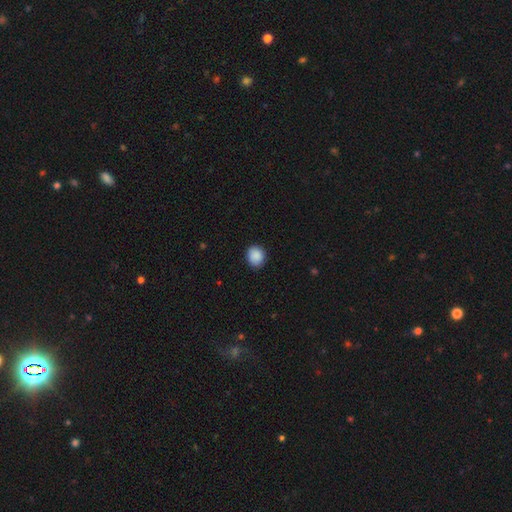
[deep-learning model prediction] Smooth or featured? Predicted: smooth (p=0.90). How rounded? Predicted: round (p=0.68). Merging? Predicted: none (p=0.86).